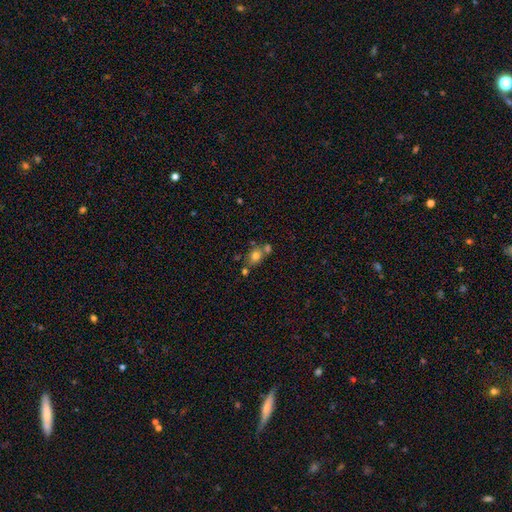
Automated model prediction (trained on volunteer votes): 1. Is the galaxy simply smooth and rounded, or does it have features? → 72% smooth, 15% featured or disk, 13% star or artifact.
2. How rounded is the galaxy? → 51% round, 47% in between, 2% cigar-shaped.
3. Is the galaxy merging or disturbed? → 51% none, 31% merger, 13% minor disturbance, 5% major disturbance.